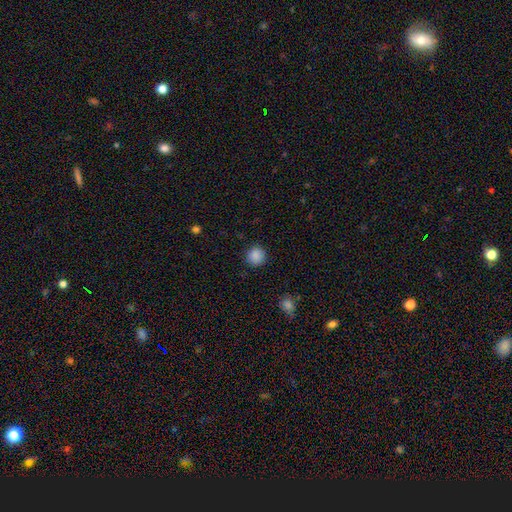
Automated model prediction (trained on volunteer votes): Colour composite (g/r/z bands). It shows a smooth galaxy with no disk features (88%) that is round (91%). Merging: none (90%).